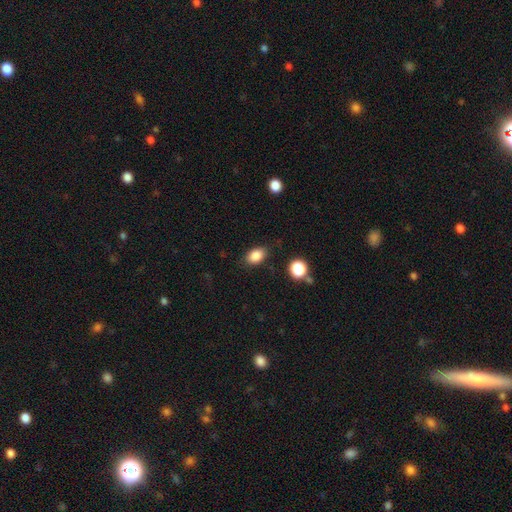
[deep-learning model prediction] This appears to be a smooth galaxy with no disk features (86%) that is in between round and cigar-shaped (83%). Merging: none (82%).